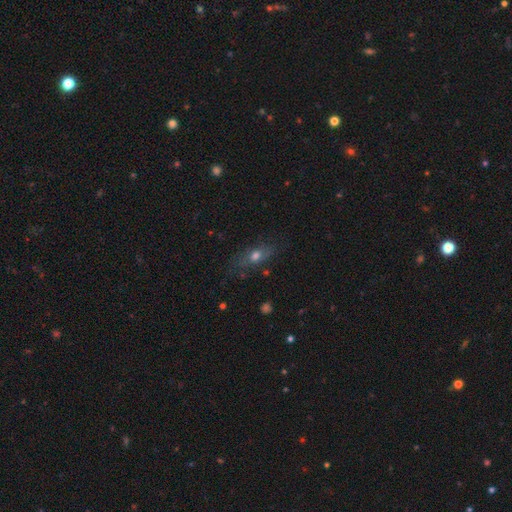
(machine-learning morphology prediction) Q: Smooth or featured?
A: smooth (56%); runner-up: featured or disk (31%)
Q: How rounded?
A: in between (61%); runner-up: cigar-shaped (27%)
Q: Merging?
A: none (69%); runner-up: minor disturbance (21%)